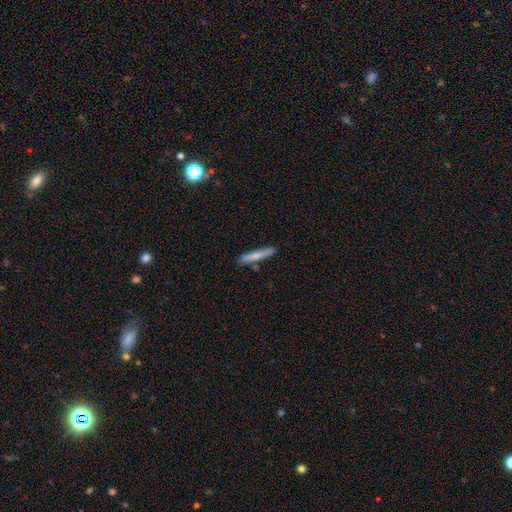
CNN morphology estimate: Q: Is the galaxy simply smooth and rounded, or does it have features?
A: smooth — 71%.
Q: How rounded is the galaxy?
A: cigar-shaped — 94%.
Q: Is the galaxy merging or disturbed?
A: none — 81%.